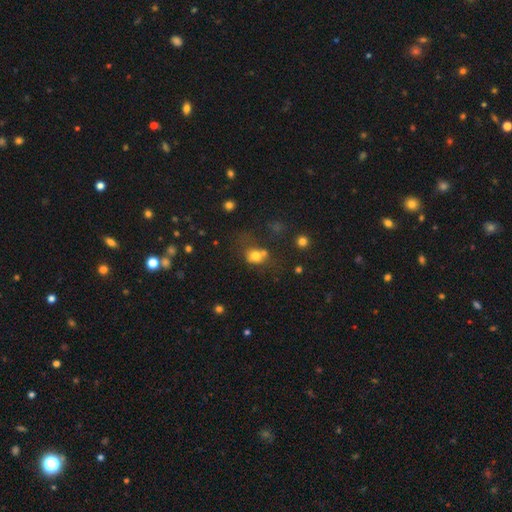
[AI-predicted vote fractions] Smooth or featured? smooth (73%)
How rounded? round (63%)
Merging? none (41%)